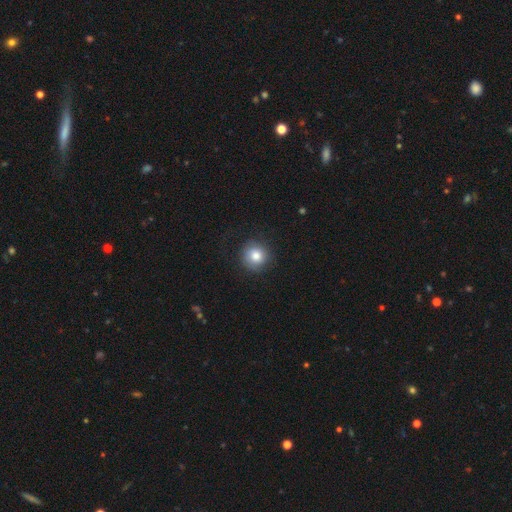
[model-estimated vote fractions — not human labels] This appears to be a smooth galaxy with no disk features (79%) that is round (90%). Merging: none (81%).